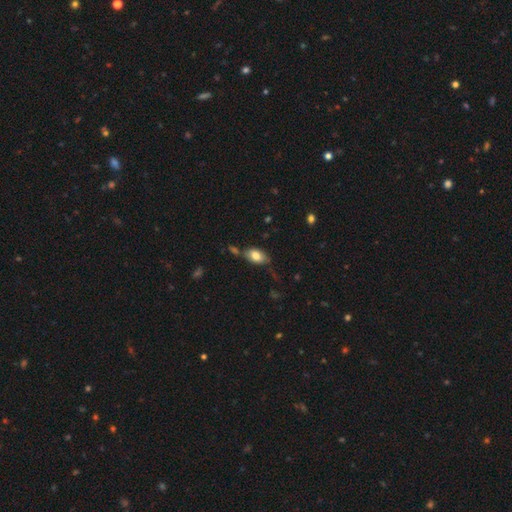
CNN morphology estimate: Smooth or featured? Predicted: smooth (p=0.78). How rounded? Predicted: in between (p=0.90). Merging? Predicted: none (p=0.62).